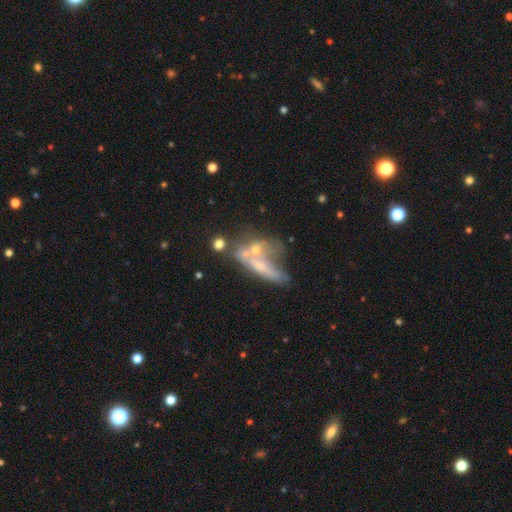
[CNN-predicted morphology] This appears to be a featured or disk galaxy (50%). Merging: merger (41%).